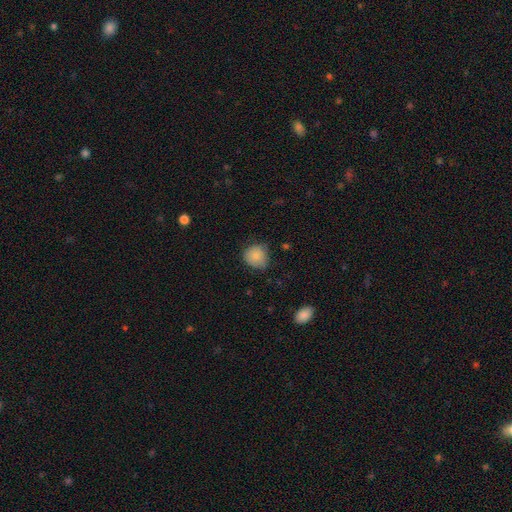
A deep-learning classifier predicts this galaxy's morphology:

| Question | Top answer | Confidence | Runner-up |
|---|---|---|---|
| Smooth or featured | smooth | 83% | star or artifact (9%) |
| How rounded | round | 85% | in between (14%) |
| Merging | none | 67% | minor disturbance (27%) |